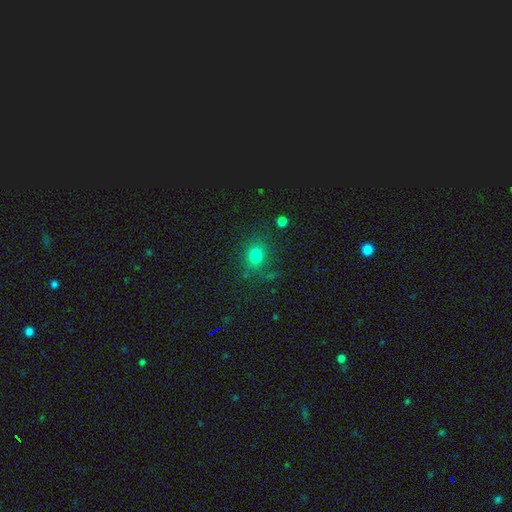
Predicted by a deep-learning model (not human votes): Smooth or featured? smooth (77%)
How rounded? round (62%)
Merging? none (78%)